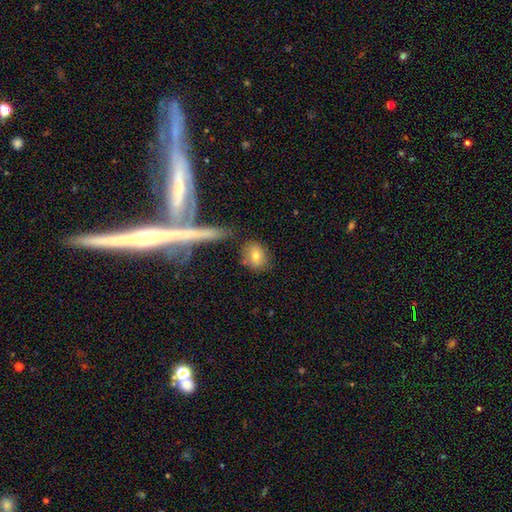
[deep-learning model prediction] This appears to be a smooth galaxy with no disk features (72%) that is in between round and cigar-shaped (50%). Merging: none (76%).